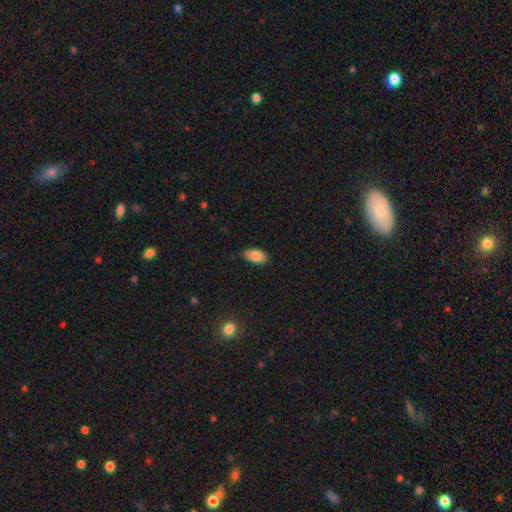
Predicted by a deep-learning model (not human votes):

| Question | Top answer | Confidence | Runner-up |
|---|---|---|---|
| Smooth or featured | smooth | 85% | featured or disk (8%) |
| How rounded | in between | 94% | round (5%) |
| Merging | none | 77% | minor disturbance (19%) |